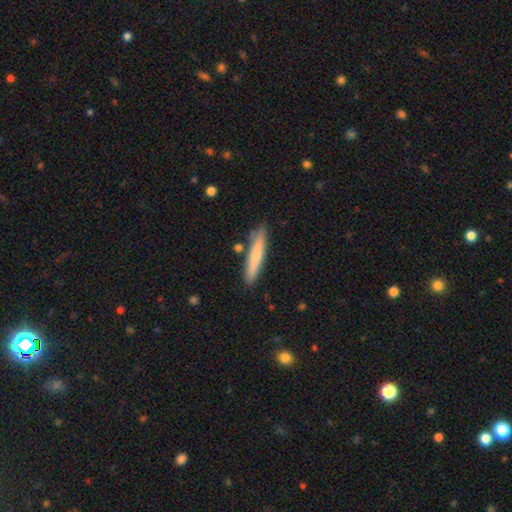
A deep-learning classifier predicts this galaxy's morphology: Smooth or featured? smooth (73%)
How rounded? cigar-shaped (93%)
Merging? none (83%)